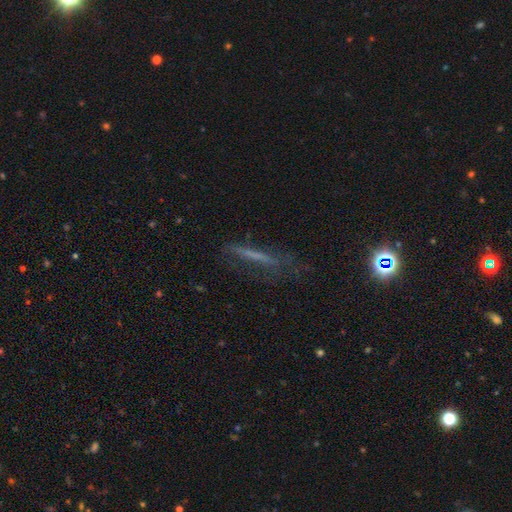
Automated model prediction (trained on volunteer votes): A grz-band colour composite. It shows a smooth galaxy with no disk features (42%). Merging: none (60%).